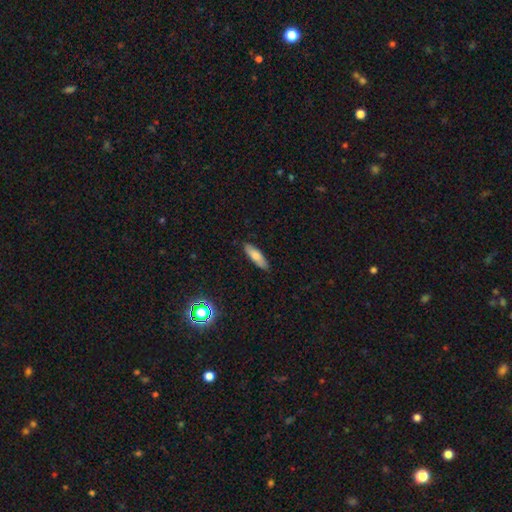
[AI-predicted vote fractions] Overall: smooth (73%). How rounded: cigar-shaped (57%; in between 41%). Merging: none (85%).